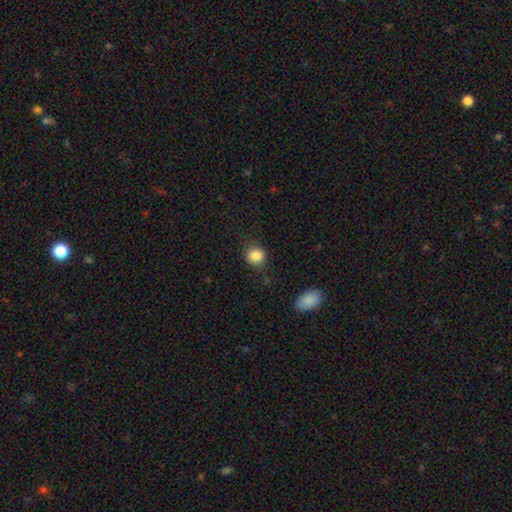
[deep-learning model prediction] A smooth galaxy with no disk features (85%) that is round (80%).

Vote fractions:
- Smooth or featured? smooth: 85% / star or artifact: 10% / featured or disk: 5%
- How rounded? round: 80% / in between: 19% / cigar-shaped: 1%
- Merging? none: 81% / minor disturbance: 13% / major disturbance: 4% / merger: 2%